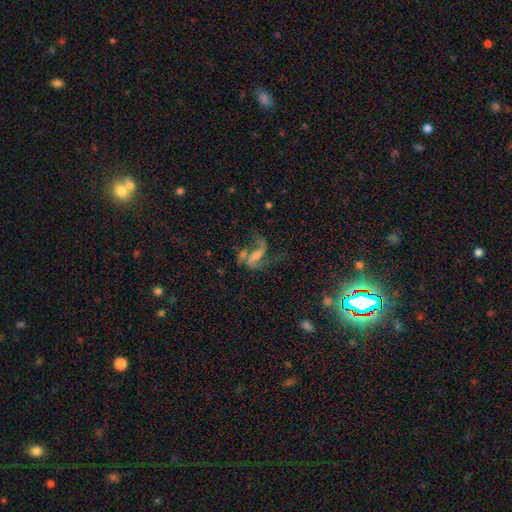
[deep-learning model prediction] Morphology: type=featured or disk (60%); edge-on=no (93%); bar=no (35%, tied with weak); spiral arms=yes (74%); bulge=none (45%); merging=none (35%, tied with major disturbance).